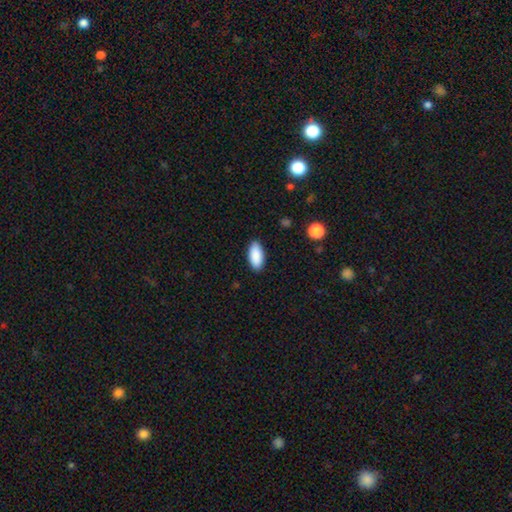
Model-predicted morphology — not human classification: Smooth or featured: smooth — 90% (star or artifact — 6%)
How rounded: in between — 91% (cigar-shaped — 7%)
Merging: none — 89% (minor disturbance — 8%)